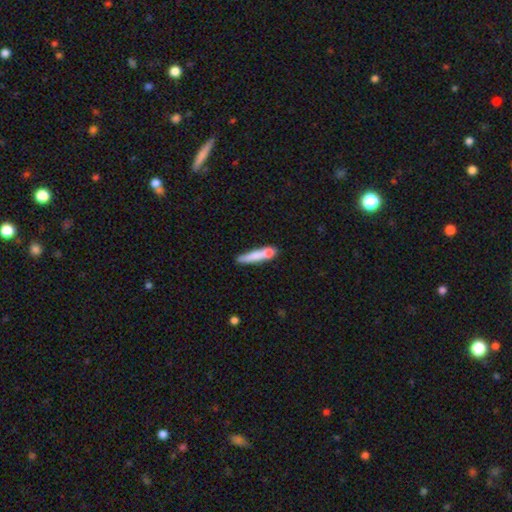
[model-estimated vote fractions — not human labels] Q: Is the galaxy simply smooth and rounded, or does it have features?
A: smooth — 72%.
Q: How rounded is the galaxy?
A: cigar-shaped — 89%.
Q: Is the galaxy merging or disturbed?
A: none — 58%.